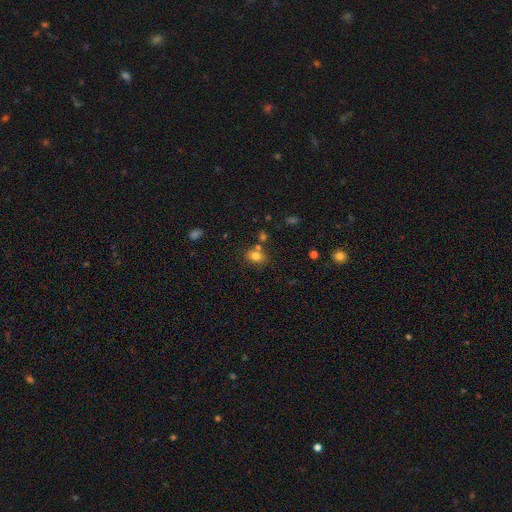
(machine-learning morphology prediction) type=smooth (78%); roundness=in between (68%); merging=none (67%).